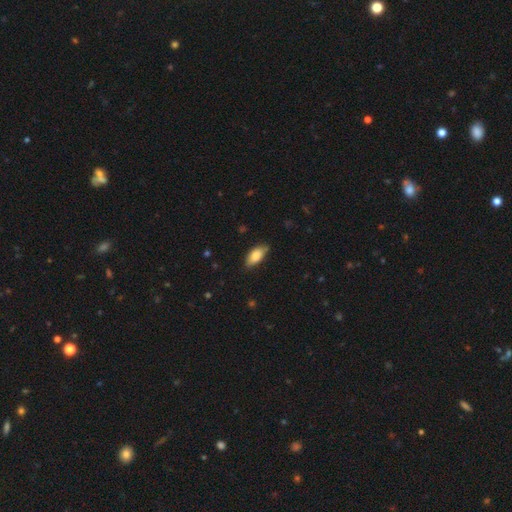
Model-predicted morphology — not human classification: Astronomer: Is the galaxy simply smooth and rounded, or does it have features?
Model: smooth — 82%.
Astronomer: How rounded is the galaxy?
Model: in between — 90%.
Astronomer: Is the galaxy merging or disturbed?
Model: none — 74%.